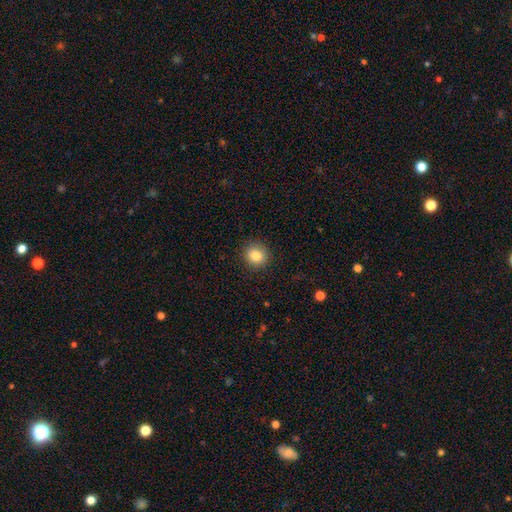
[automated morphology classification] smooth-or-featured: smooth: 84% | star or artifact: 10% | featured or disk: 6%
  how-rounded: round: 88% | in between: 11% | cigar-shaped: 1%
  merging: none: 90% | minor disturbance: 7% | major disturbance: 2% | merger: 1%